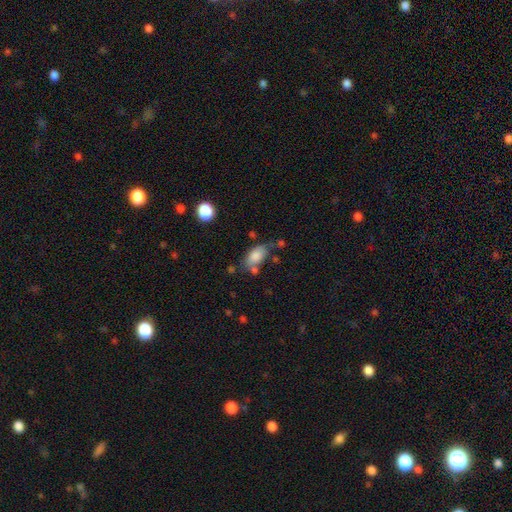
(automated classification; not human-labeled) Smooth or featured?
  - smooth: 81% *
  - featured or disk: 10%
  - star or artifact: 8%
How rounded?
  - in between: 91% *
  - round: 5%
  - cigar-shaped: 4%
Merging?
  - none: 51% *
  - minor disturbance: 25%
  - merger: 15%
  - major disturbance: 10%